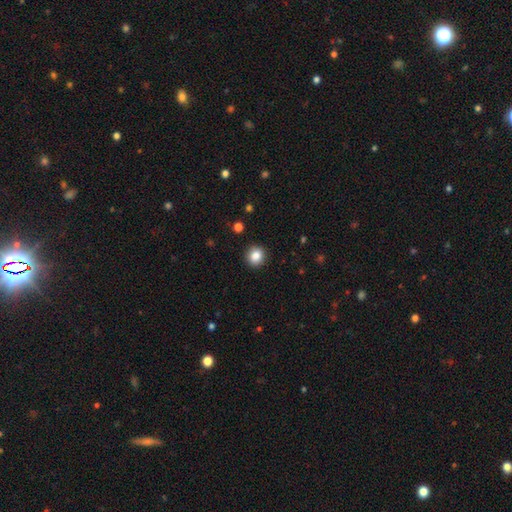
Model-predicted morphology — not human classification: Smooth or featured: smooth — 85% (star or artifact — 10%)
How rounded: round — 86% (in between — 13%)
Merging: none — 92% (minor disturbance — 6%)